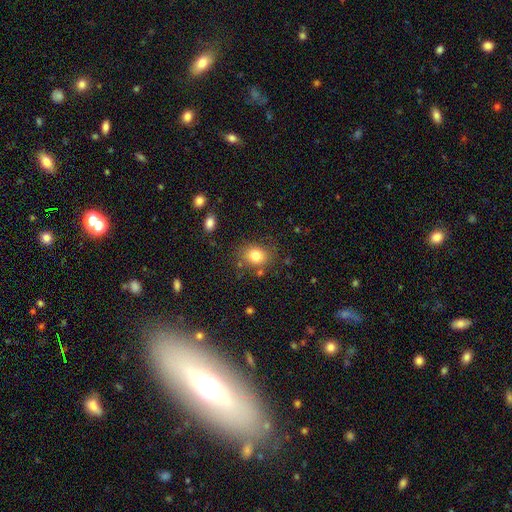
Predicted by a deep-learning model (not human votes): Smooth or featured? Predicted: smooth (p=0.80). How rounded? Predicted: round (p=0.58). Merging? Predicted: none (p=0.79).